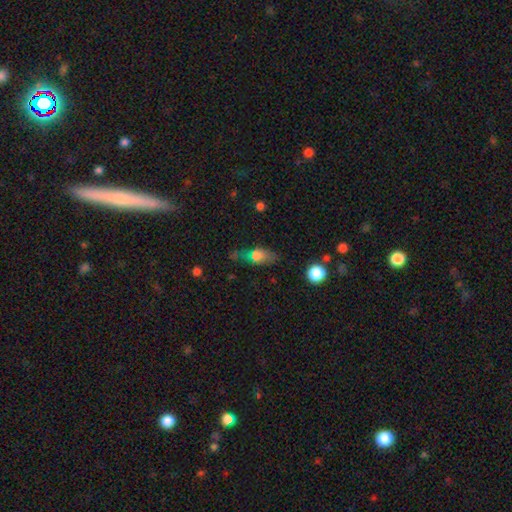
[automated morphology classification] Smooth or featured? smooth (68%)
How rounded? in between (71%)
Merging? none (62%)